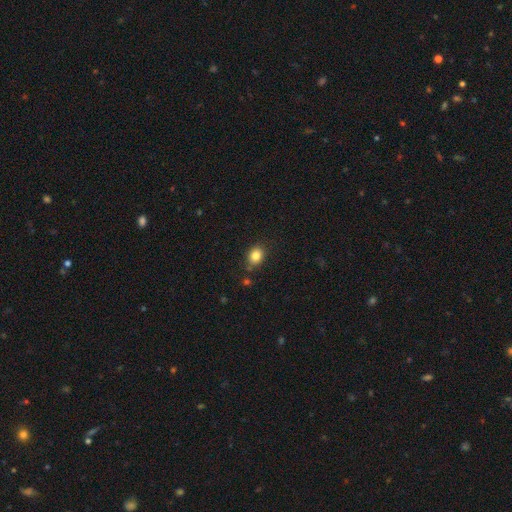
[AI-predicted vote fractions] The model was most divided on "how rounded": in between: 53%, round: 46%, cigar-shaped: 1%. More confident: smooth or featured — smooth (84%); merging — none (78%).